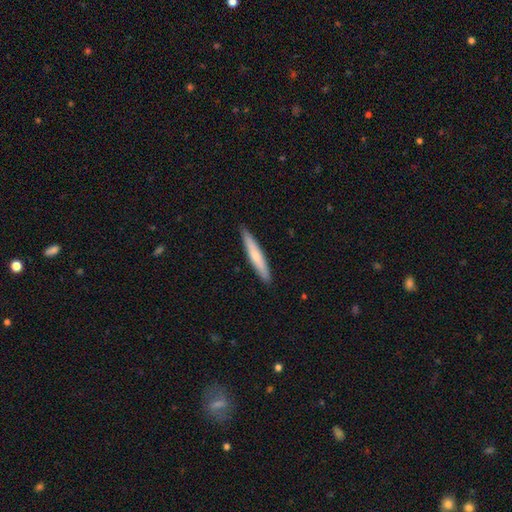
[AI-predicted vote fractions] A smooth galaxy with no disk features (62%) that is cigar-shaped (94%).

Vote fractions:
- Smooth or featured? smooth: 62% / featured or disk: 33% / star or artifact: 5%
- How rounded? cigar-shaped: 94% / in between: 5% / round: 1%
- Merging? none: 91% / minor disturbance: 7% / major disturbance: 1% / merger: 1%